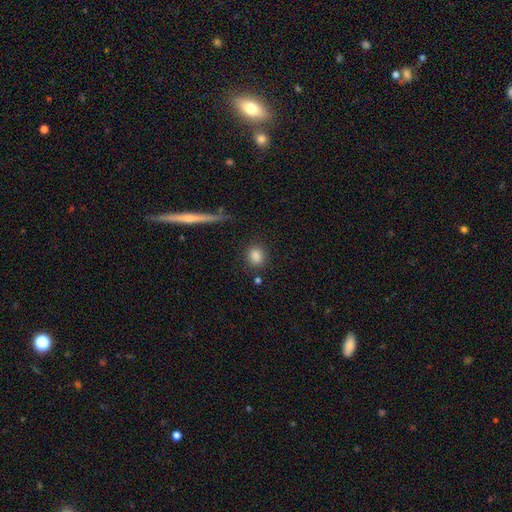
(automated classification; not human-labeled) A smooth galaxy with no disk features (85%) that is round (69%).

Vote fractions:
- Smooth or featured? smooth: 85% / star or artifact: 10% / featured or disk: 5%
- How rounded? round: 69% / in between: 28% / cigar-shaped: 3%
- Merging? none: 84% / minor disturbance: 9% / merger: 4% / major disturbance: 4%